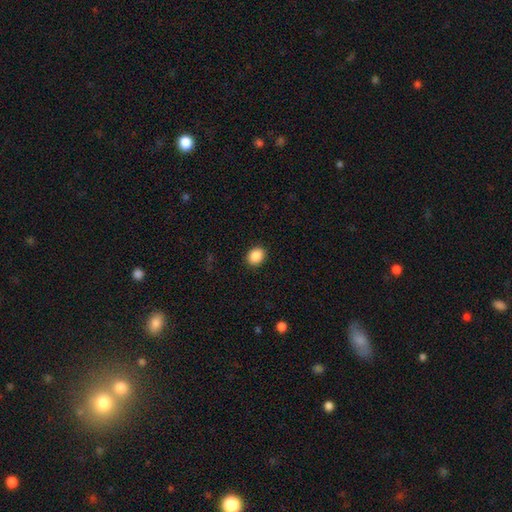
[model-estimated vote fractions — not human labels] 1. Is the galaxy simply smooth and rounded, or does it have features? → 89% smooth, 8% star or artifact, 3% featured or disk.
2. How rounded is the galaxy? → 52% in between, 47% round, 1% cigar-shaped.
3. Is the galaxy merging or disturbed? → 91% none, 7% minor disturbance, 2% major disturbance, 1% merger.